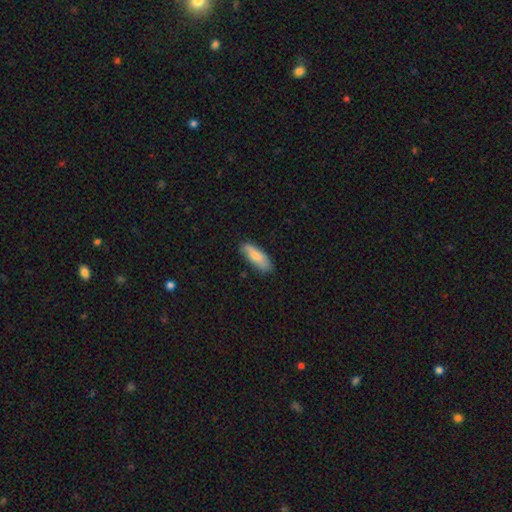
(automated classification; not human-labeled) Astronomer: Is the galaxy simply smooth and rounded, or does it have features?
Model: smooth — 78%.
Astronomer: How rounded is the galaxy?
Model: in between — 65%.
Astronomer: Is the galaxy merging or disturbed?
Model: none — 78%.